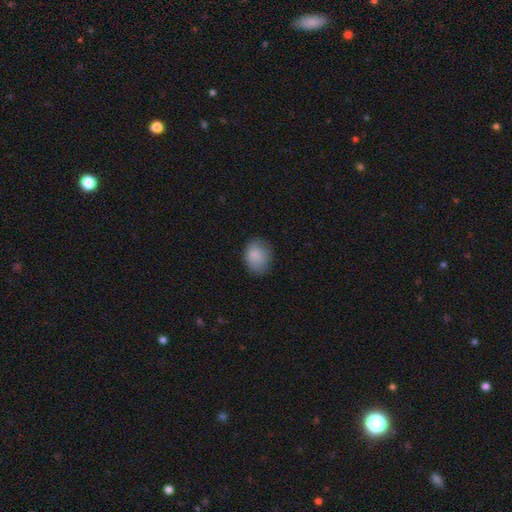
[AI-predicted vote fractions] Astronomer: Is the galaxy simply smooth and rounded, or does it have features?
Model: smooth — 86%.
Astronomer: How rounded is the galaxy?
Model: in between — 51% (runner-up: round, 48%).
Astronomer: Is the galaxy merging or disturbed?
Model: none — 75%.